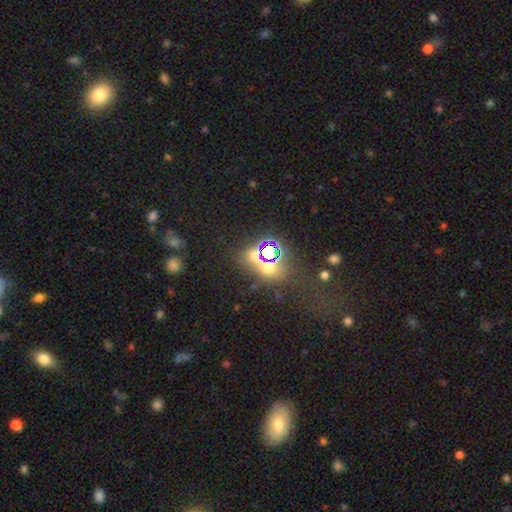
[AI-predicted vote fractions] The model was most divided on "smooth or featured": star or artifact: 60%, smooth: 31%, featured or disk: 9%.